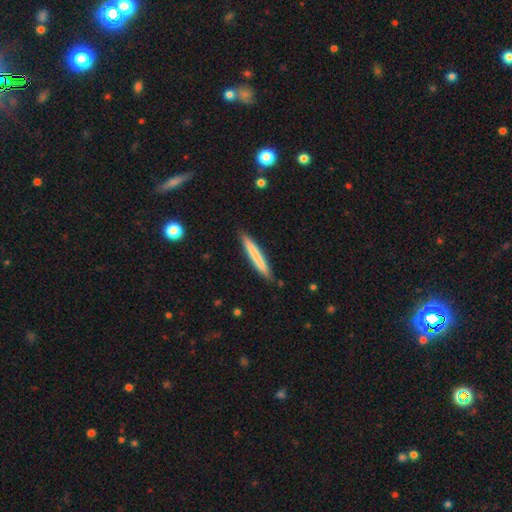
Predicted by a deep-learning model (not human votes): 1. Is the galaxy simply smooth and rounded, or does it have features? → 71% smooth, 23% featured or disk, 6% star or artifact.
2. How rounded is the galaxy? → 96% cigar-shaped, 3% in between, 1% round.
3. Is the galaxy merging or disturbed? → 88% none, 9% minor disturbance, 2% merger, 1% major disturbance.